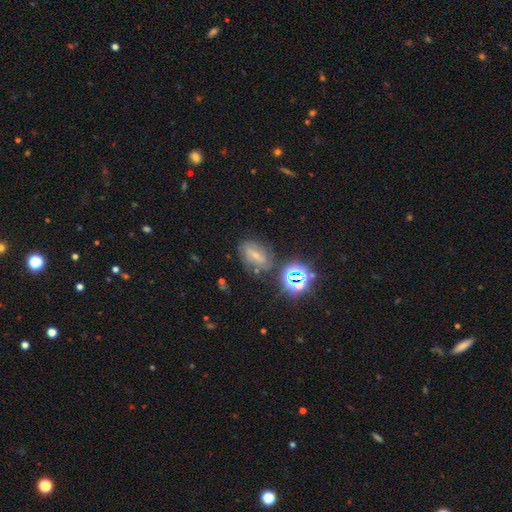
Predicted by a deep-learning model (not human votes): Smooth or featured? featured or disk (46%)
Merging? none (67%)